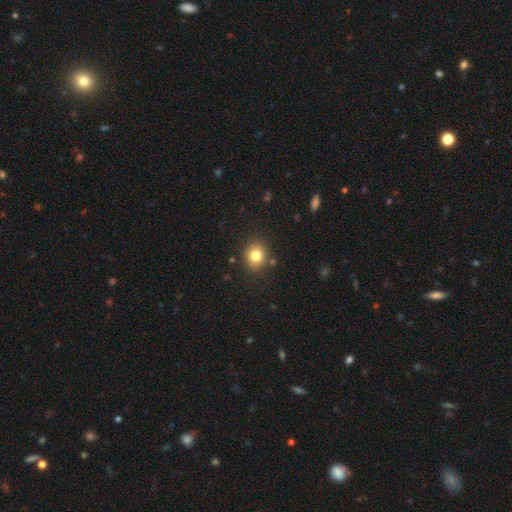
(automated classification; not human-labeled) Smooth or featured? smooth (80%)
How rounded? round (70%)
Merging? none (85%)